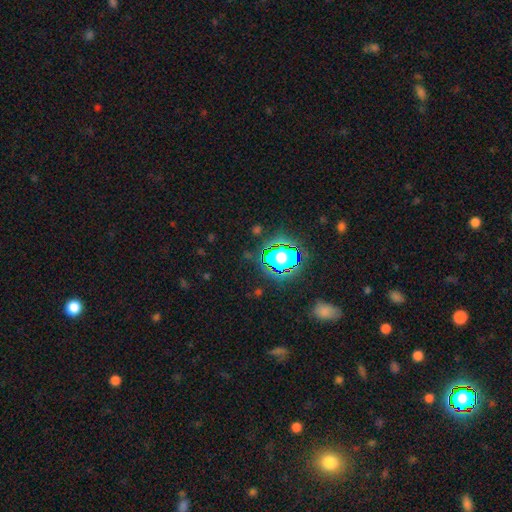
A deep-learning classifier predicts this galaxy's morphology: Smooth or featured? star or artifact (73%)